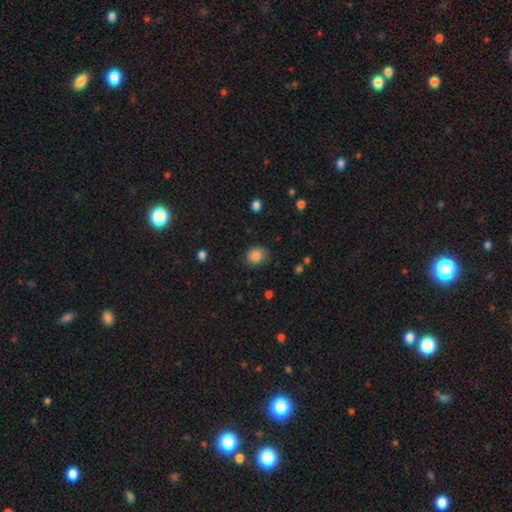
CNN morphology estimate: Smooth or featured? smooth (85%)
How rounded? round (62%)
Merging? none (81%)